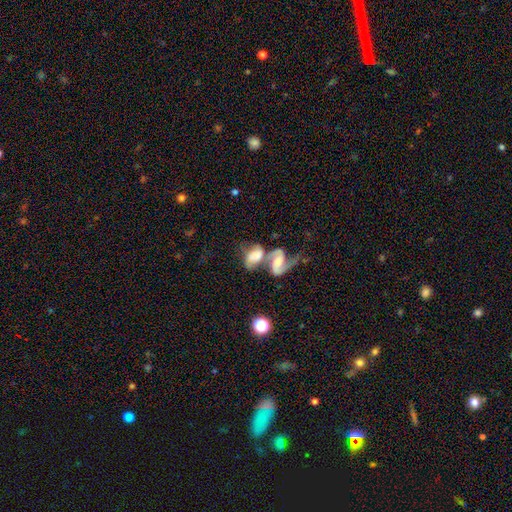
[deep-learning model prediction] Smooth or featured?
  - featured or disk: 57% *
  - smooth: 34%
  - star or artifact: 9%
Edge-on disk?
  - no: 95% *
  - yes: 5%
Bar?
  - no: 46% *
  - weak: 35%
  - strong: 20%
Spiral arms?
  - yes: 82% *
  - no: 18%
Bulge size?
  - none: 28% *
  - moderate: 26%
  - small: 22%
  - large: 20%
  - dominant: 5%
Merging?
  - merger: 71% *
  - none: 13%
  - major disturbance: 10%
  - minor disturbance: 7%